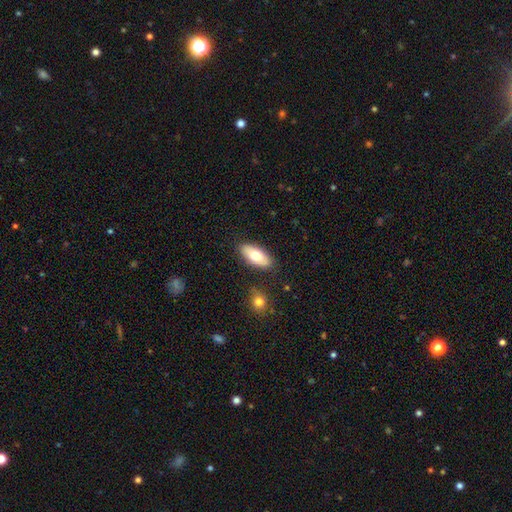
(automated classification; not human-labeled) Overall: smooth (70%). How rounded: in between (88%). Merging: none (85%).